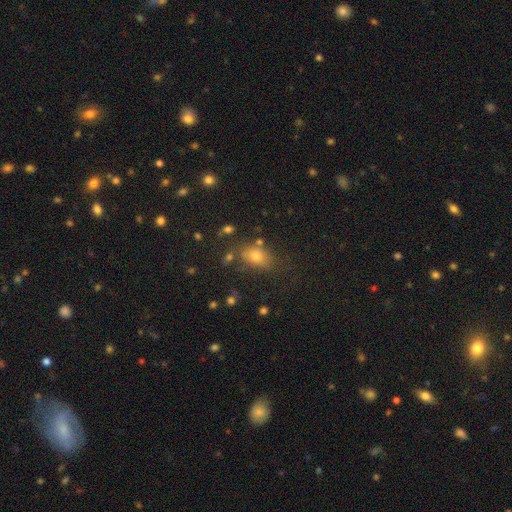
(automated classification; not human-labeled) Overall: smooth (69%). How rounded: in between (68%; round 29%). Merging: none (69%).